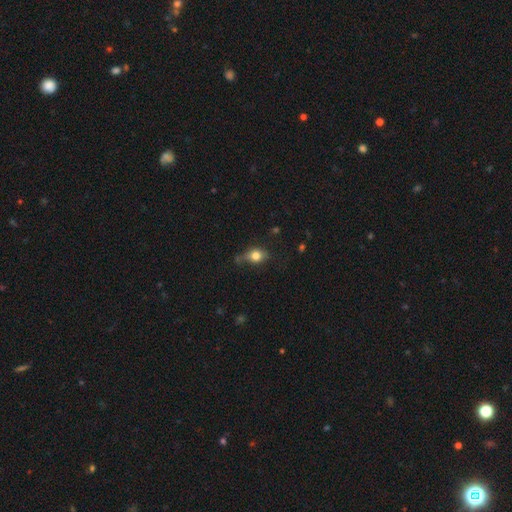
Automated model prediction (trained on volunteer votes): Smooth or featured? Predicted: smooth (p=0.77). How rounded? Predicted: in between (p=0.56). Merging? Predicted: none (p=0.49).